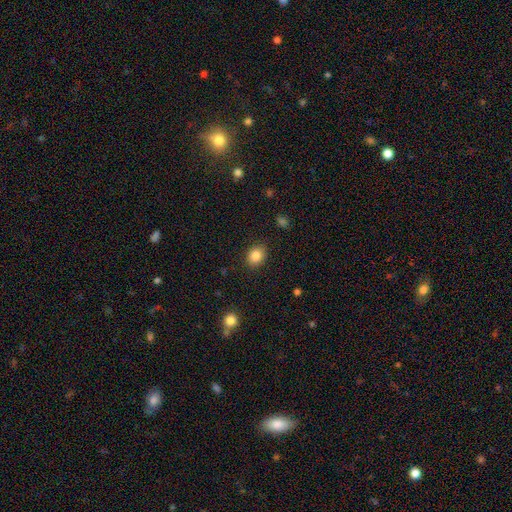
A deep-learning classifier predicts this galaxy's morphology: smooth-or-featured: smooth: 85% | star or artifact: 9% | featured or disk: 5%
  how-rounded: round: 51% | in between: 49% | cigar-shaped: 1%
  merging: none: 87% | minor disturbance: 9% | major disturbance: 3% | merger: 1%